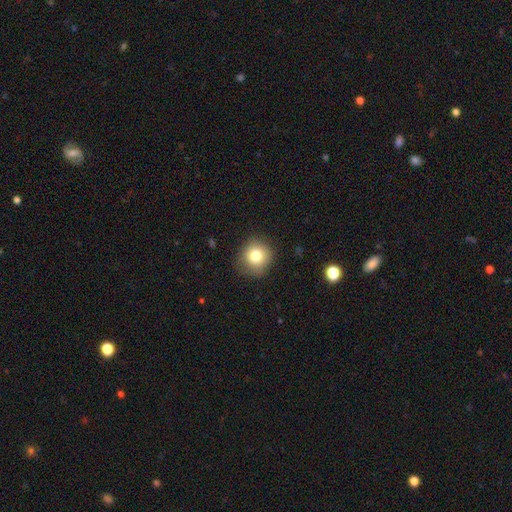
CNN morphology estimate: smooth_or_featured: smooth (p=0.80) [alt: star or artifact p=0.11]
how_rounded: round (p=0.91) [alt: in between p=0.08]
merging: none (p=0.83) [alt: minor disturbance p=0.12]